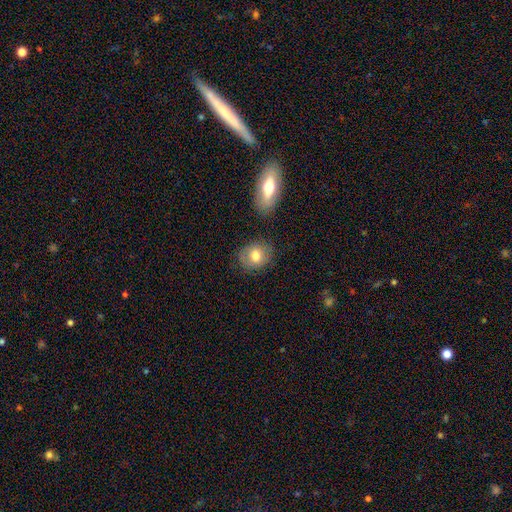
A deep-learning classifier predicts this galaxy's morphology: smooth 74%, featured or disk 17%, star or artifact 8%. Down the decision tree: how rounded — round (54%); merging — none (77%).